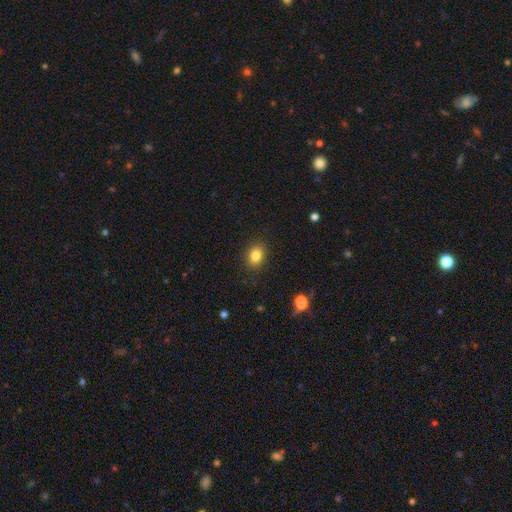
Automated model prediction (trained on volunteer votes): Q: Smooth or featured?
A: smooth (83%); runner-up: star or artifact (11%)
Q: How rounded?
A: in between (58%); runner-up: round (41%)
Q: Merging?
A: none (88%); runner-up: minor disturbance (8%)